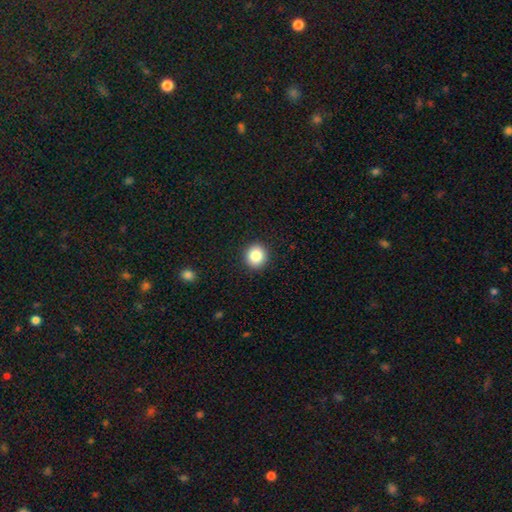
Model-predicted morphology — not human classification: smooth-or-featured: smooth: 86% | star or artifact: 9% | featured or disk: 5%
  how-rounded: round: 87% | in between: 12% | cigar-shaped: 1%
  merging: none: 92% | minor disturbance: 5% | major disturbance: 2% | merger: 1%